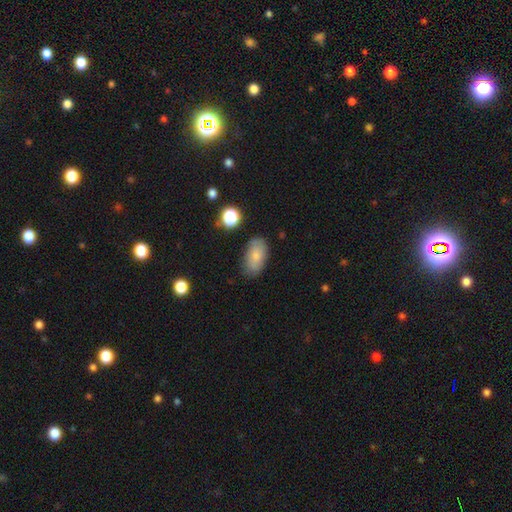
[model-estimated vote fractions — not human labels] Smooth or featured: smooth — 76% (featured or disk — 16%)
How rounded: in between — 92% (round — 6%)
Merging: none — 78% (minor disturbance — 16%)